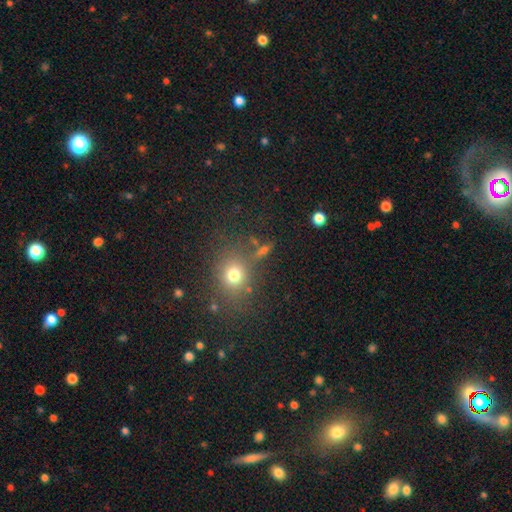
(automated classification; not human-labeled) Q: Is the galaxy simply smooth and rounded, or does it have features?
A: smooth — 61%.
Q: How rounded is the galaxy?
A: round — 72%.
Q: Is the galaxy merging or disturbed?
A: none — 78%.